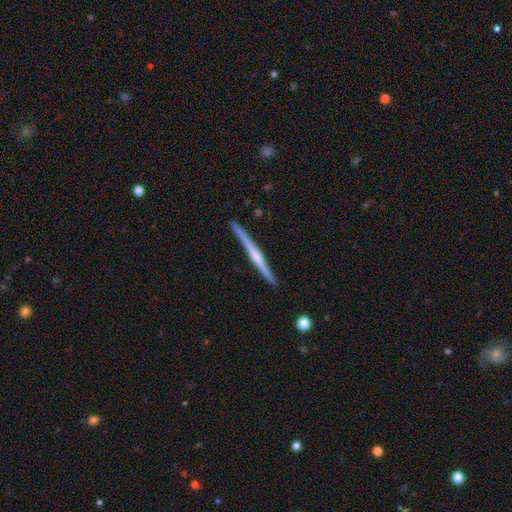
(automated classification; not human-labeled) Smooth or featured: featured or disk — 69% (smooth — 26%)
Edge-on disk: yes — 98% (no — 2%)
Edge-on bulge: rounded — 43% (none — 38%)
Merging: none — 90% (minor disturbance — 8%)